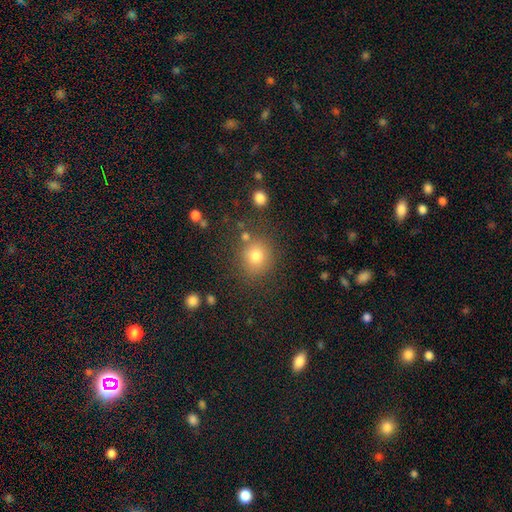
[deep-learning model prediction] Smooth or featured?
  - smooth: 77% *
  - star or artifact: 15%
  - featured or disk: 8%
How rounded?
  - round: 85% *
  - in between: 14%
  - cigar-shaped: 1%
Merging?
  - none: 80% *
  - minor disturbance: 10%
  - merger: 6%
  - major disturbance: 4%